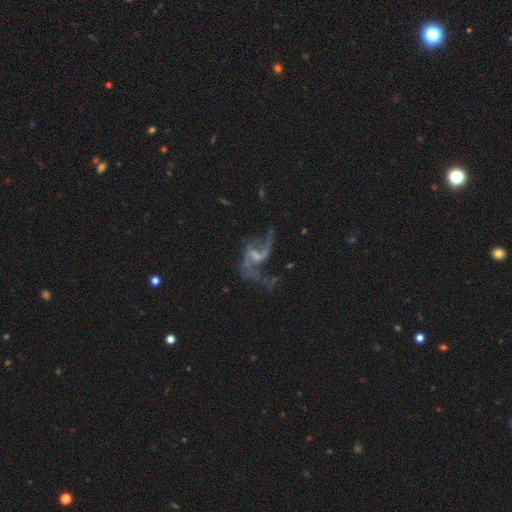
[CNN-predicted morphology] type=featured or disk (83%); edge-on=no (97%); bar=weak (49%); spiral arms=yes (89%); winding=loose (78%); arm count=2 (81%); bulge=small (48%); merging=none (44%).